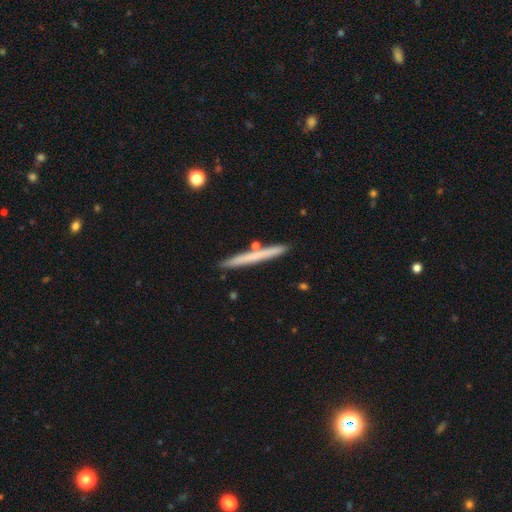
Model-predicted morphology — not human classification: Smooth or featured: smooth — 56% (featured or disk — 38%)
How rounded: cigar-shaped — 97% (in between — 2%)
Merging: none — 87% (minor disturbance — 8%)